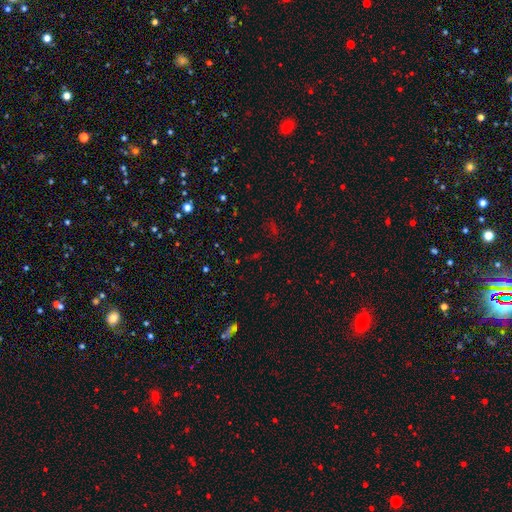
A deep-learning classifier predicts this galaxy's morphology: Smooth or featured: star or artifact — 64% (smooth — 25%)